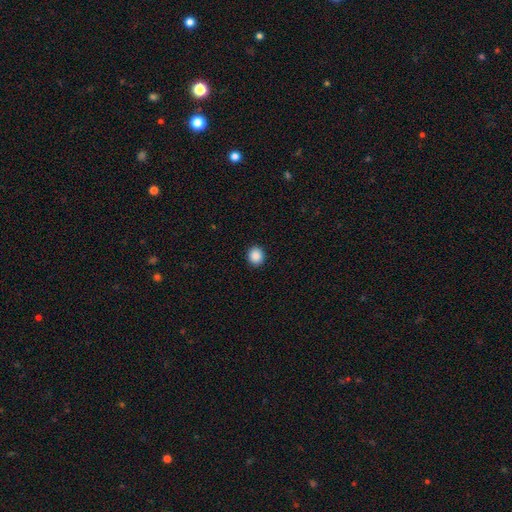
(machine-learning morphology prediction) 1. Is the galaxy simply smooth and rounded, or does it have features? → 89% smooth, 9% star or artifact, 3% featured or disk.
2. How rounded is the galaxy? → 83% round, 16% in between, 1% cigar-shaped.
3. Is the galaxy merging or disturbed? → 92% none, 5% minor disturbance, 2% major disturbance, 1% merger.